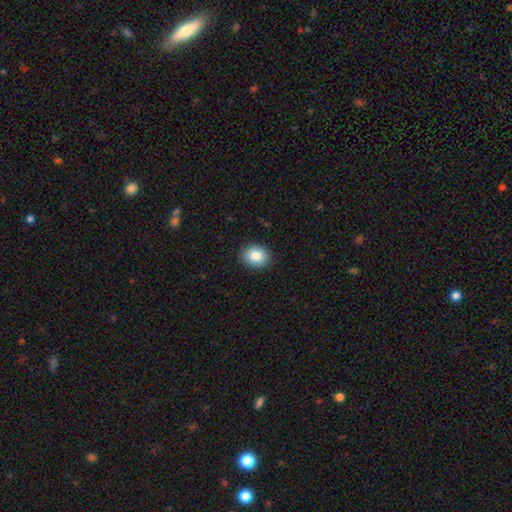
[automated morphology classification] smooth-or-featured: smooth: 86% | star or artifact: 8% | featured or disk: 6%
  how-rounded: in between: 55% | round: 45% | cigar-shaped: 1%
  merging: none: 90% | minor disturbance: 7% | major disturbance: 2% | merger: 1%